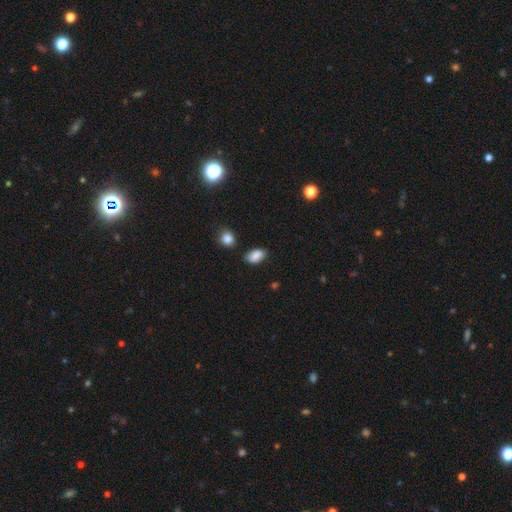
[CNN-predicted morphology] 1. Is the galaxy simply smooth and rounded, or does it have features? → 87% smooth, 8% star or artifact, 5% featured or disk.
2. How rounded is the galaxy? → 91% in between, 7% round, 2% cigar-shaped.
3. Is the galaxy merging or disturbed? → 77% none, 16% minor disturbance, 4% merger, 3% major disturbance.